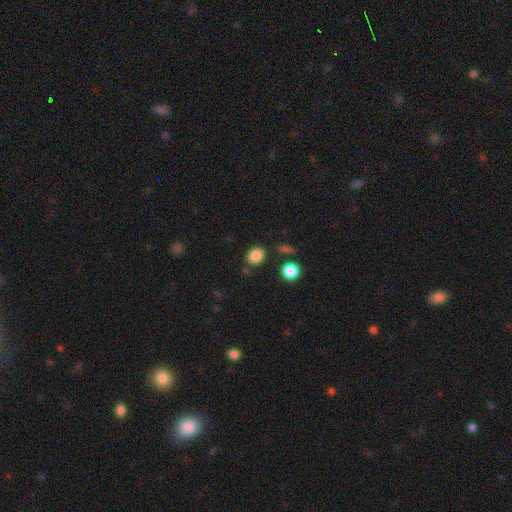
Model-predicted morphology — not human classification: smooth-or-featured: smooth: 85% | star or artifact: 10% | featured or disk: 5%
  how-rounded: round: 61% | in between: 38% | cigar-shaped: 1%
  merging: none: 81% | minor disturbance: 10% | merger: 5% | major disturbance: 3%